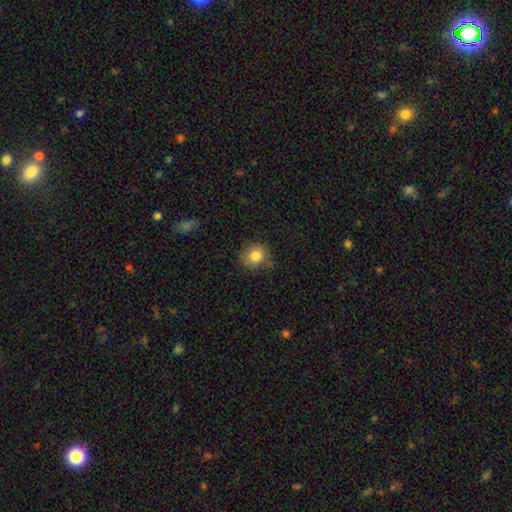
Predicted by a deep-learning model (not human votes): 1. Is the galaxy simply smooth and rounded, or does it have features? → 83% smooth, 9% star or artifact, 8% featured or disk.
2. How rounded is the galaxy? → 81% round, 18% in between, 1% cigar-shaped.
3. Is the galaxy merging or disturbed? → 73% none, 21% minor disturbance, 5% major disturbance, 2% merger.